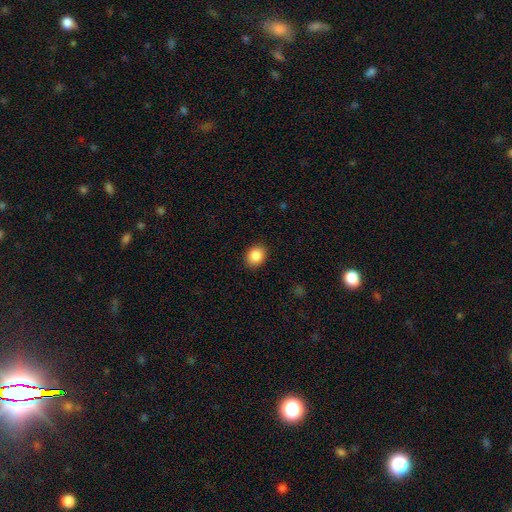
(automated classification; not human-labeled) smooth_or_featured: smooth (p=0.89) [alt: star or artifact p=0.08]
how_rounded: round (p=0.56) [alt: in between p=0.43]
merging: none (p=0.90) [alt: minor disturbance p=0.07]